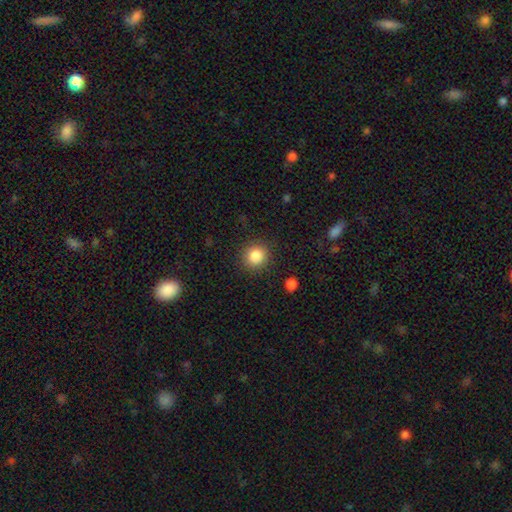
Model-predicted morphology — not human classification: The model was most divided on "smooth or featured": smooth: 86%, star or artifact: 10%, featured or disk: 4%. More confident: how rounded — round (90%); merging — none (88%).